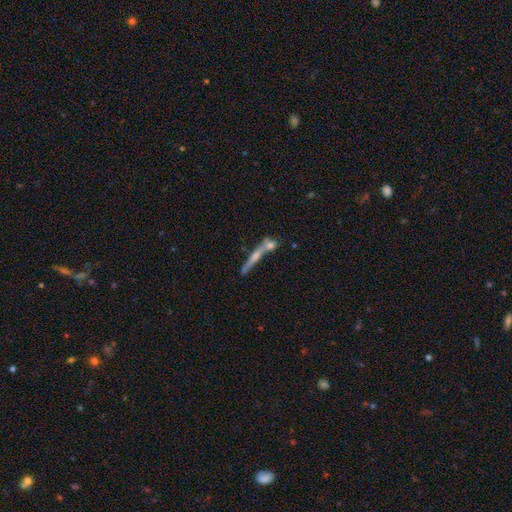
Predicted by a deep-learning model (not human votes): Smooth or featured? Predicted: featured or disk (p=0.63). Edge-on disk? Predicted: yes (p=0.91). Edge-on bulge? Predicted: rounded (p=0.63). Merging? Predicted: none (p=0.61).